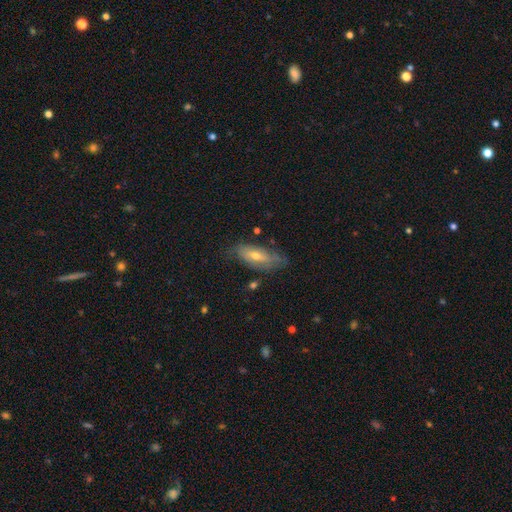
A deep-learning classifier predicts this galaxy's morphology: smooth-or-featured: featured or disk: 52% | smooth: 40% | star or artifact: 8%
  disk-edge-on: no: 70% | yes: 30%
  merging: none: 65% | minor disturbance: 25% | major disturbance: 8% | merger: 2%